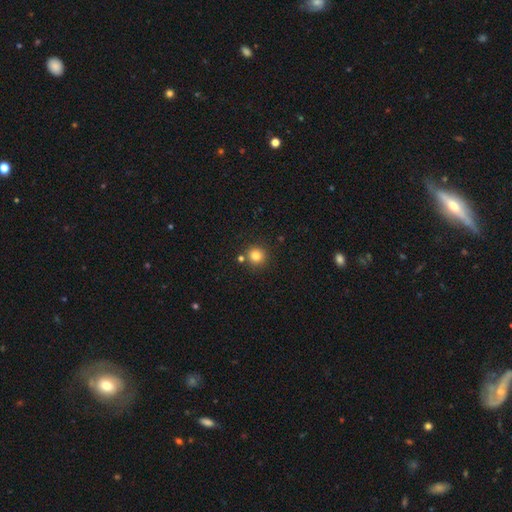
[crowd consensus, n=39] This appears to be a smooth galaxy with no disk features (85%) that is round (91%). Merging: none (69%).